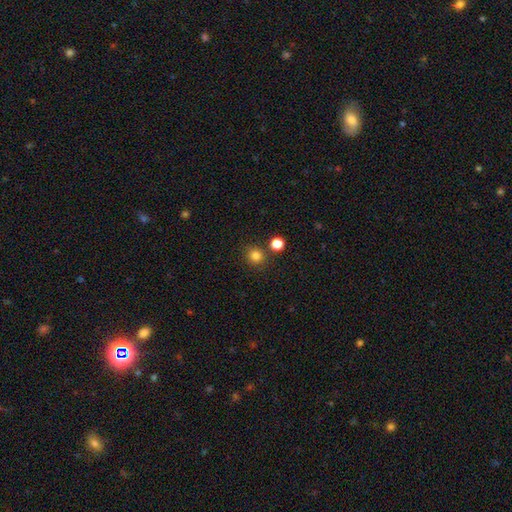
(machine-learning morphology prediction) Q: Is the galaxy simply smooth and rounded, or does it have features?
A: smooth — 82%.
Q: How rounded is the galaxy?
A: round — 91%.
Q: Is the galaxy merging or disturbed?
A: none — 81%.